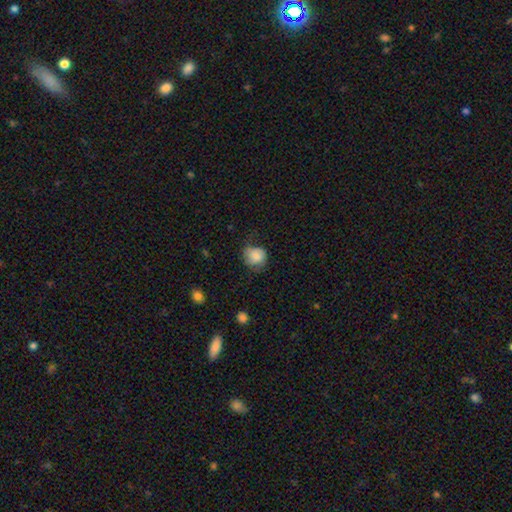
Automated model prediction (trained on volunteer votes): A smooth galaxy with no disk features (82%) that is round (75%).

Vote fractions:
- Smooth or featured? smooth: 82% / featured or disk: 10% / star or artifact: 8%
- How rounded? round: 75% / in between: 24% / cigar-shaped: 1%
- Merging? none: 53% / minor disturbance: 32% / major disturbance: 14% / merger: 2%